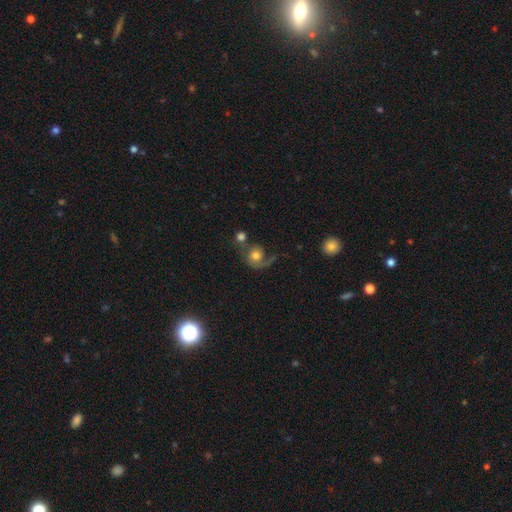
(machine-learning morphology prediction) Smooth or featured?
  - featured or disk: 55% *
  - smooth: 36%
  - star or artifact: 9%
Edge-on disk?
  - no: 97% *
  - yes: 3%
Bar?
  - no: 79% *
  - weak: 17%
  - strong: 3%
Spiral arms?
  - yes: 84% *
  - no: 16%
Bulge size?
  - moderate: 58% *
  - large: 18%
  - small: 17%
  - none: 3%
  - dominant: 3%
Merging?
  - none: 36% *
  - major disturbance: 30%
  - merger: 20%
  - minor disturbance: 15%